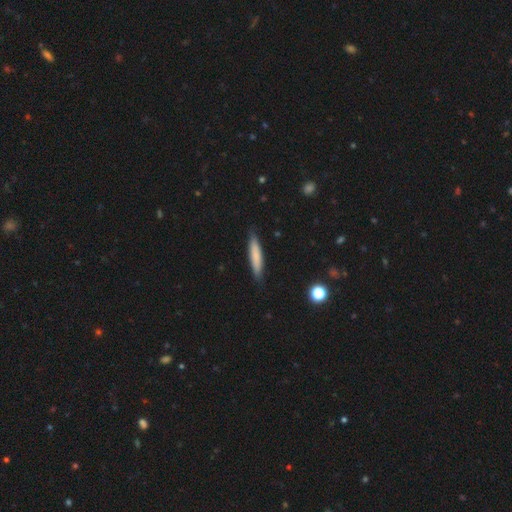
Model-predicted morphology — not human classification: A smooth galaxy with no disk features (76%) that is cigar-shaped (89%). Merging: none (87%).